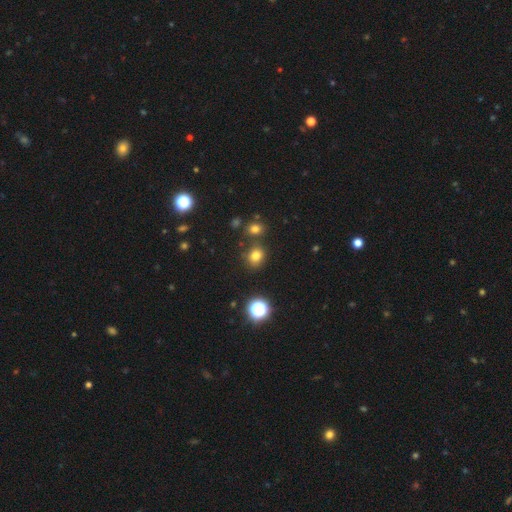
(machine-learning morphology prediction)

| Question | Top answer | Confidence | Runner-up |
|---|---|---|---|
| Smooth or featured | smooth | 76% | star or artifact (18%) |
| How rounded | round | 75% | in between (24%) |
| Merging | none | 78% | minor disturbance (10%) |